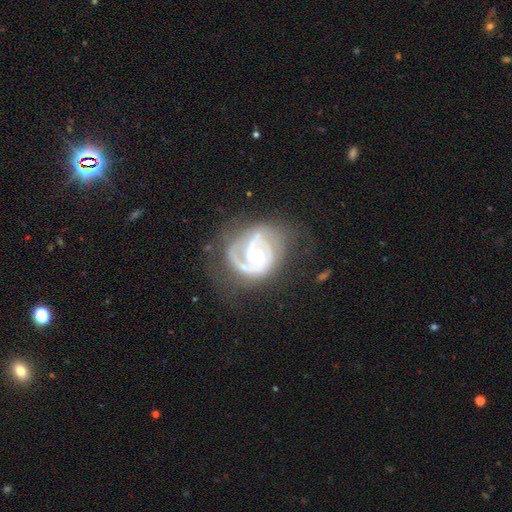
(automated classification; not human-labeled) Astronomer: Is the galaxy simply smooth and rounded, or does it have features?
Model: featured or disk — 90%.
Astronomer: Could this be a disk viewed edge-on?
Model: no — 98%.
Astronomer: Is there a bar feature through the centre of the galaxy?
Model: no — 53% (runner-up: weak, 37%).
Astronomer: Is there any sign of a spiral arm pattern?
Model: yes — 96%.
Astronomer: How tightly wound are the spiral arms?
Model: tight — 53% (runner-up: medium, 38%).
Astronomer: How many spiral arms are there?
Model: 2 — 57%.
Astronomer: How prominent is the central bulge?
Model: moderate — 54% (runner-up: small, 39%).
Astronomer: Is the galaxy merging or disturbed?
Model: none — 58%.